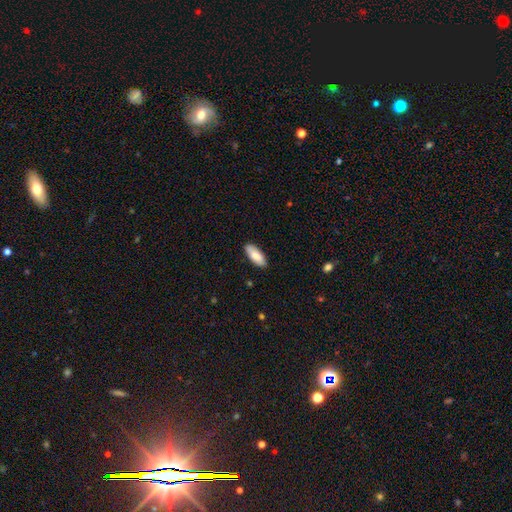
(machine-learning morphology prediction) Smooth or featured? Predicted: smooth (p=0.84). How rounded? Predicted: in between (p=0.78). Merging? Predicted: none (p=0.88).